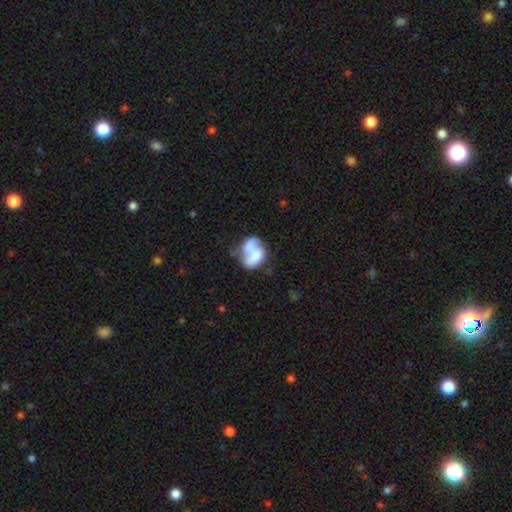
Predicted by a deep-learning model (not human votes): This is possibly a smooth galaxy (50%). How rounded: likely in between (64%). Merging: possibly merger (50%).